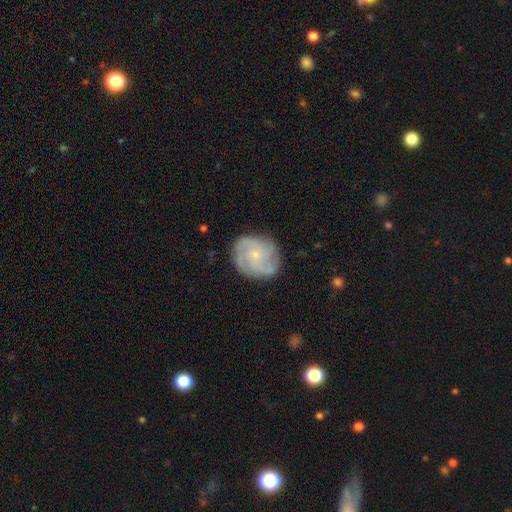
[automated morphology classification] type=featured or disk (71%); edge-on=no (98%); bar=no (77%); spiral arms=yes (91%); winding=tight (51%); arm count=3 (33%); bulge=small (75%); merging=none (79%).